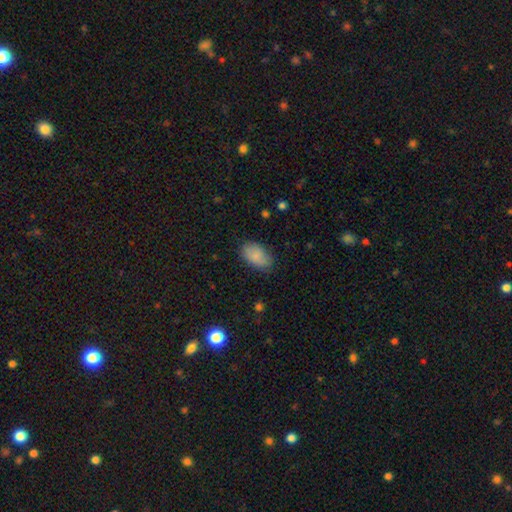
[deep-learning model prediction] Smooth or featured?
  - smooth: 85% *
  - featured or disk: 8%
  - star or artifact: 7%
How rounded?
  - in between: 93% *
  - round: 6%
  - cigar-shaped: 2%
Merging?
  - none: 78% *
  - minor disturbance: 17%
  - major disturbance: 4%
  - merger: 1%